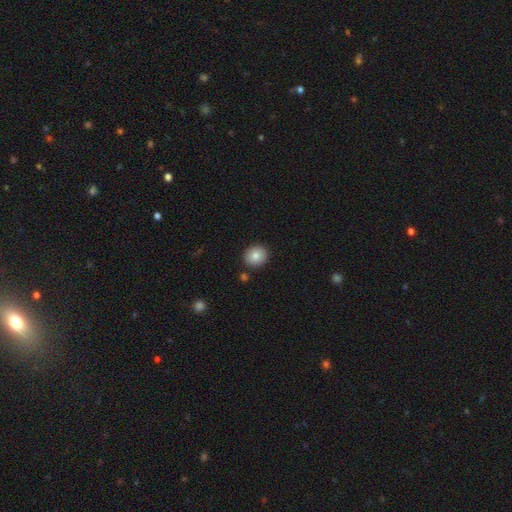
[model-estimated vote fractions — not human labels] The model was most divided on "how rounded": round: 80%, in between: 19%, cigar-shaped: 1%. More confident: merging — none (88%); smooth or featured — smooth (83%).